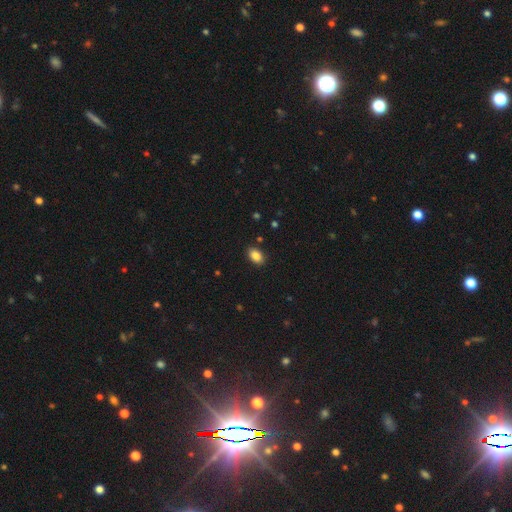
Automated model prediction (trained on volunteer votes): A smooth galaxy with no disk features (87%) that is in between round and cigar-shaped (88%).

Vote fractions:
- Smooth or featured? smooth: 87% / star or artifact: 9% / featured or disk: 5%
- How rounded? in between: 88% / round: 10% / cigar-shaped: 1%
- Merging? none: 88% / minor disturbance: 9% / major disturbance: 2% / merger: 1%